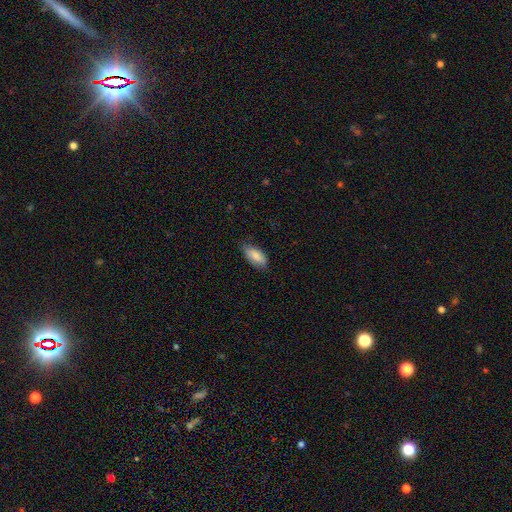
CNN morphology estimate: smooth-or-featured: smooth: 80% | featured or disk: 14% | star or artifact: 6%
  how-rounded: in between: 88% | cigar-shaped: 9% | round: 2%
  merging: none: 74% | minor disturbance: 21% | major disturbance: 3% | merger: 1%